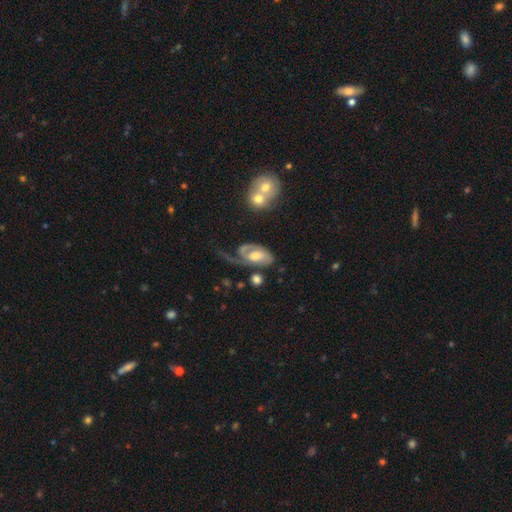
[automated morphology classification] Smooth or featured: featured or disk — 72% (smooth — 22%)
Edge-on disk: no — 95% (yes — 5%)
Bar: no — 58% (weak — 33%)
Spiral arms: yes — 86% (no — 14%)
Spiral winding: tight — 38% (medium — 36%)
Spiral arm count: 1 — 56% (2 — 28%)
Bulge size: moderate — 61% (small — 20%)
Merging: major disturbance — 37% (none — 33%)